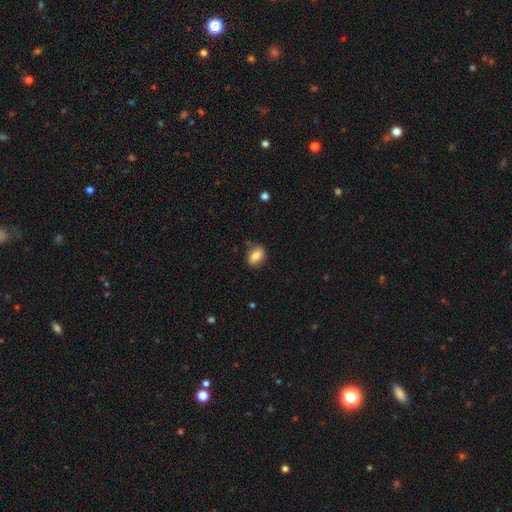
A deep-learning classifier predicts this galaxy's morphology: type=smooth (74%); roundness=in between (63%); merging=none (82%).